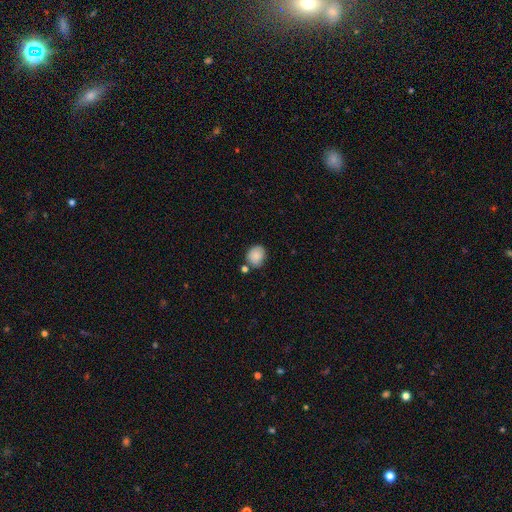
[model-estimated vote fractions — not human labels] Q: Smooth or featured?
A: smooth (87%); runner-up: star or artifact (8%)
Q: How rounded?
A: round (55%); runner-up: in between (44%)
Q: Merging?
A: none (68%); runner-up: minor disturbance (17%)